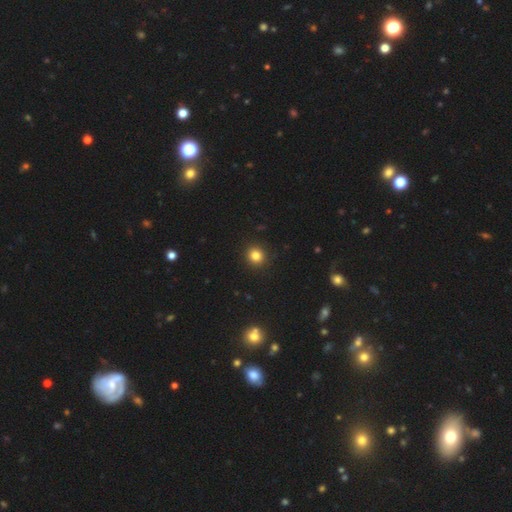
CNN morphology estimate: Smooth or featured? Predicted: smooth (p=0.83). How rounded? Predicted: round (p=0.89). Merging? Predicted: none (p=0.92).